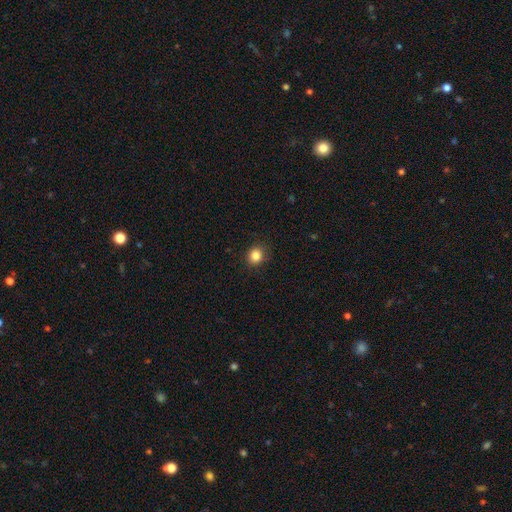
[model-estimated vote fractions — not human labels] Q: Smooth or featured?
A: smooth (85%); runner-up: star or artifact (11%)
Q: How rounded?
A: round (82%); runner-up: in between (17%)
Q: Merging?
A: none (89%); runner-up: minor disturbance (8%)